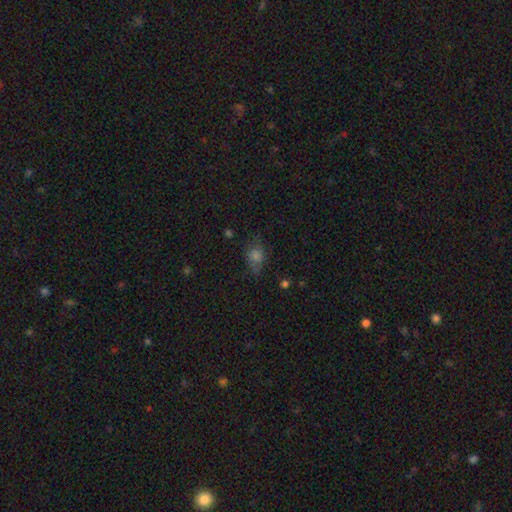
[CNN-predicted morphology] This is likely a smooth galaxy (63%). How rounded: likely in between (60%). Merging: likely none (64%).